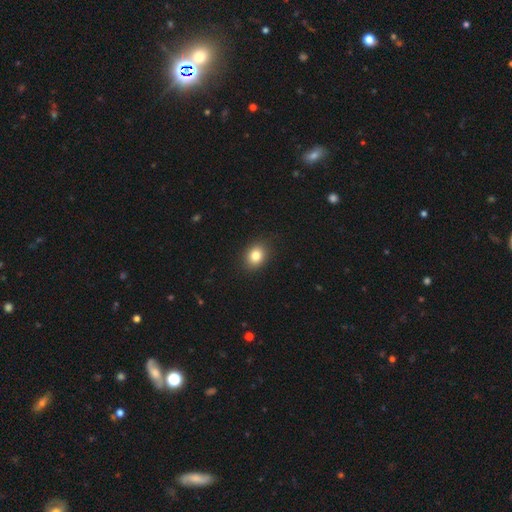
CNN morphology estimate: The model was most divided on "how rounded": in between: 54%, round: 45%, cigar-shaped: 1%. More confident: merging — none (88%); smooth or featured — smooth (83%).